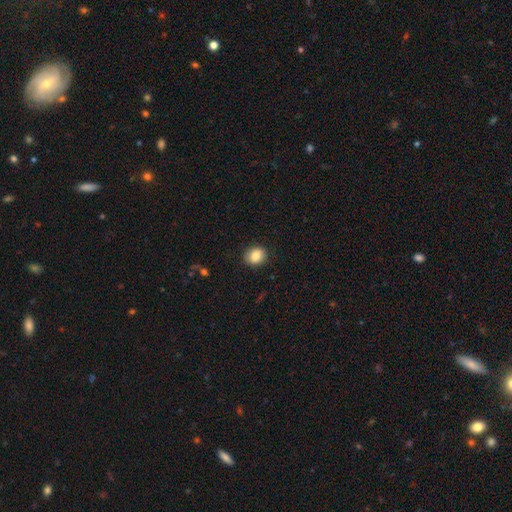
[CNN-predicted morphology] smooth-or-featured: smooth: 85% | star or artifact: 9% | featured or disk: 7%
  how-rounded: round: 65% | in between: 34% | cigar-shaped: 1%
  merging: none: 89% | minor disturbance: 8% | major disturbance: 2% | merger: 1%